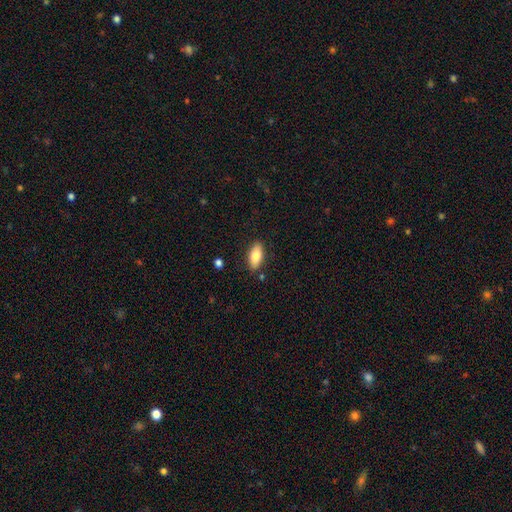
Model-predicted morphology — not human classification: This appears to be a smooth galaxy with no disk features (80%) that is in between round and cigar-shaped (86%). Merging: none (86%).